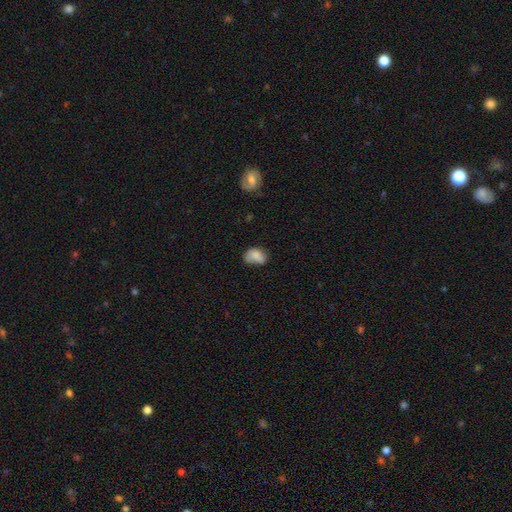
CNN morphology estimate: smooth_or_featured: smooth (p=0.75) [alt: featured or disk p=0.16]
how_rounded: in between (p=0.70) [alt: round p=0.29]
merging: none (p=0.43) [alt: minor disturbance p=0.36]